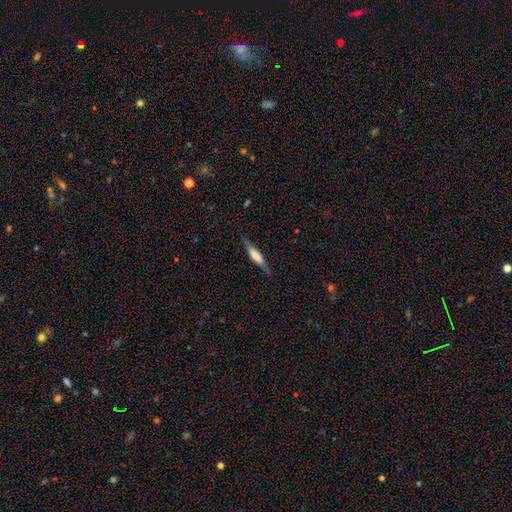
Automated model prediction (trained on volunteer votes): This is possibly a smooth galaxy (54%). How rounded: likely cigar-shaped (80%). Merging: likely none (80%).